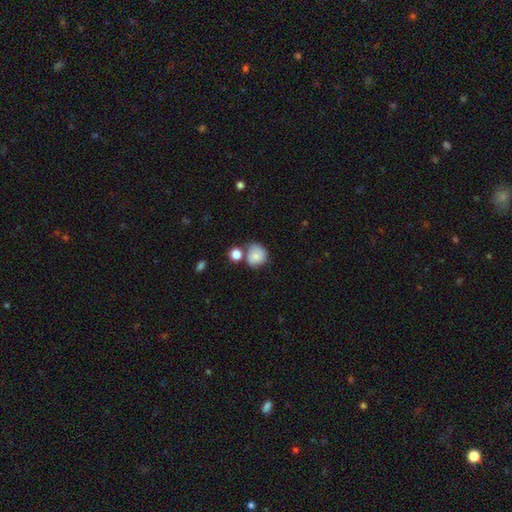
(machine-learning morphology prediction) A smooth galaxy with no disk features (78%) that is round (81%). Merging: none (53%).